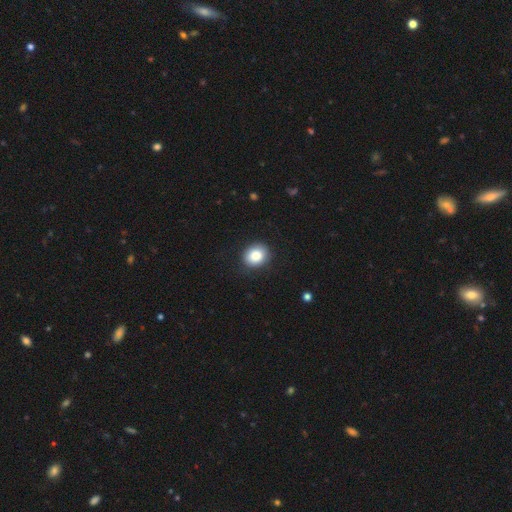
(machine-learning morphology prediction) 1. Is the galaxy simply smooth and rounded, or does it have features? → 86% smooth, 9% star or artifact, 6% featured or disk.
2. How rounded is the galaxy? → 64% round, 35% in between, 1% cigar-shaped.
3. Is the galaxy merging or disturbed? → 86% none, 10% minor disturbance, 3% major disturbance, 1% merger.